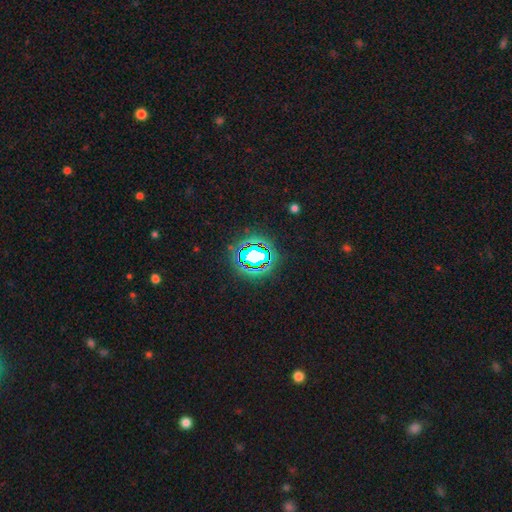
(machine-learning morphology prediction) The model was most divided on "smooth or featured": star or artifact: 65%, smooth: 22%, featured or disk: 13%.